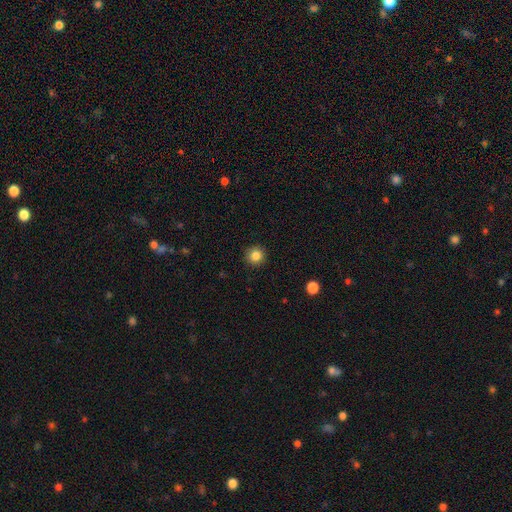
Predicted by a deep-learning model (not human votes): This appears to be a smooth galaxy with no disk features (85%) that is round (94%). Merging: none (92%).